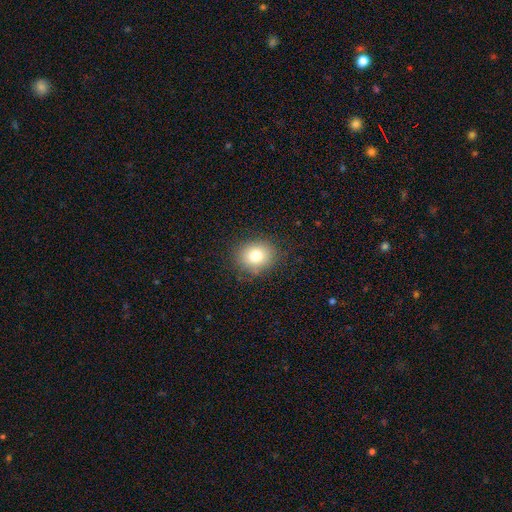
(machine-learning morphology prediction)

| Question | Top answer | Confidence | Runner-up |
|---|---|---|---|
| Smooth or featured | smooth | 78% | star or artifact (12%) |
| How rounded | round | 62% | in between (37%) |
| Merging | none | 83% | minor disturbance (12%) |